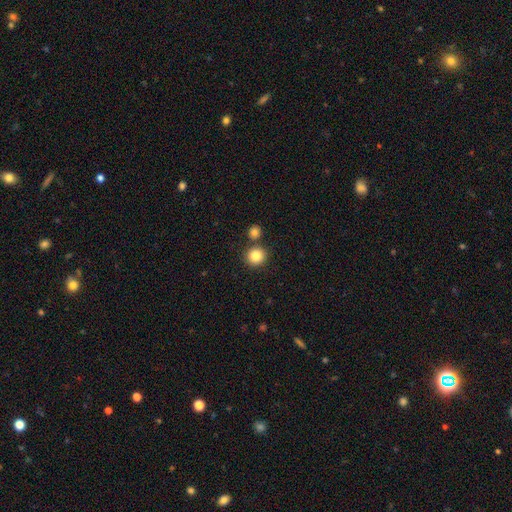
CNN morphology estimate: smooth 85%, star or artifact 10%, featured or disk 5%. Down the decision tree: how rounded — round (92%); merging — none (79%).